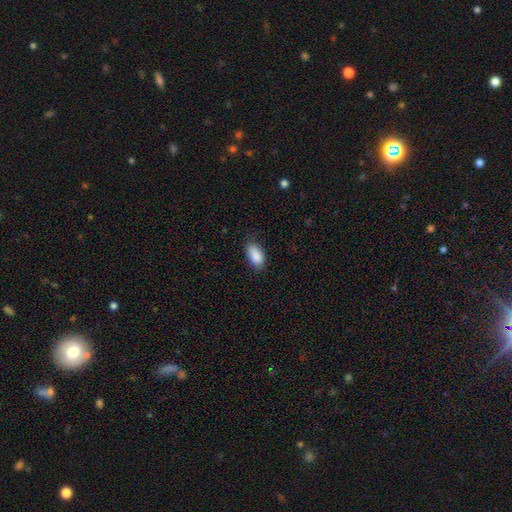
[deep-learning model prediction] smooth-or-featured: smooth: 89% | star or artifact: 7% | featured or disk: 4%
  how-rounded: in between: 93% | cigar-shaped: 4% | round: 3%
  merging: none: 77% | minor disturbance: 19% | major disturbance: 3% | merger: 1%